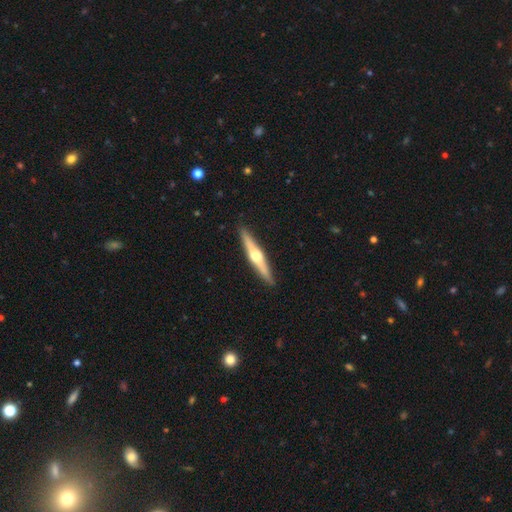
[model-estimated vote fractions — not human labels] Overall: featured or disk (69%). Edge-on disk: yes (97%). Edge-on bulge: rounded (94%). Merging: none (91%).